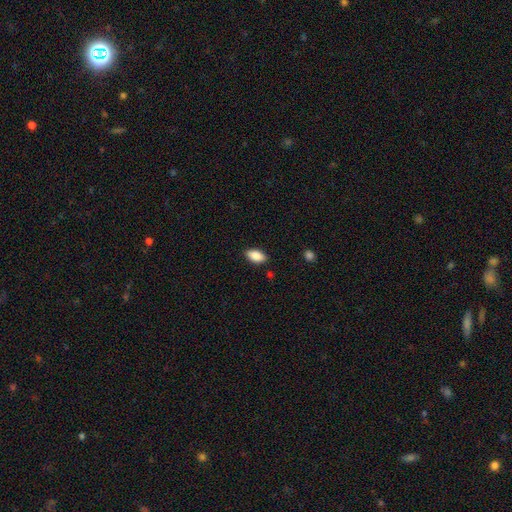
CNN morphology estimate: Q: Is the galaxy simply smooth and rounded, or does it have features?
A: smooth — 87%.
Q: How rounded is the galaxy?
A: in between — 92%.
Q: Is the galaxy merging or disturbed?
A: none — 86%.